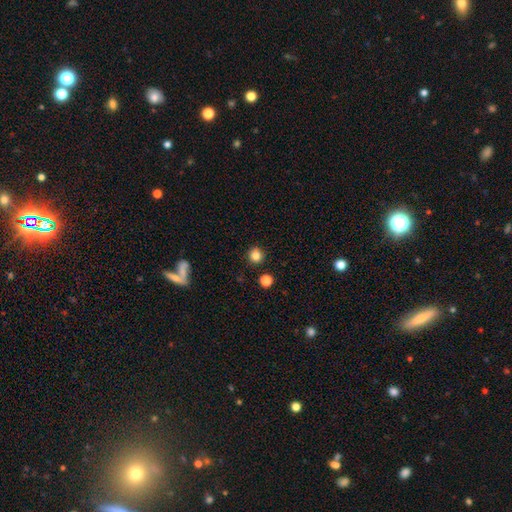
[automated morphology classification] smooth_or_featured: smooth (p=0.83) [alt: star or artifact p=0.12]
how_rounded: round (p=0.91) [alt: in between p=0.08]
merging: none (p=0.89) [alt: minor disturbance p=0.06]